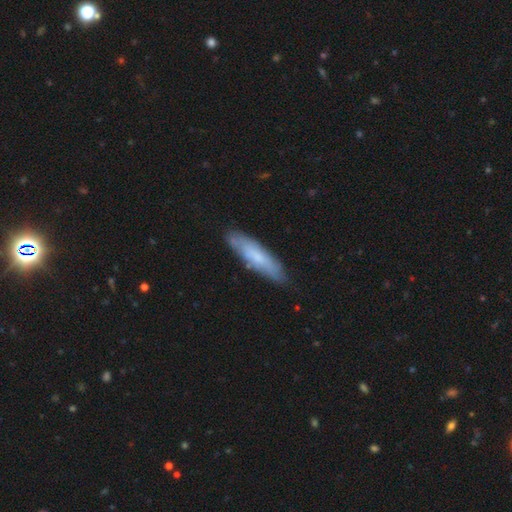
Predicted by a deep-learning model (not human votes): Overall: smooth (59%; featured or disk 34%). How rounded: cigar-shaped (68%; in between 30%). Merging: none (81%).